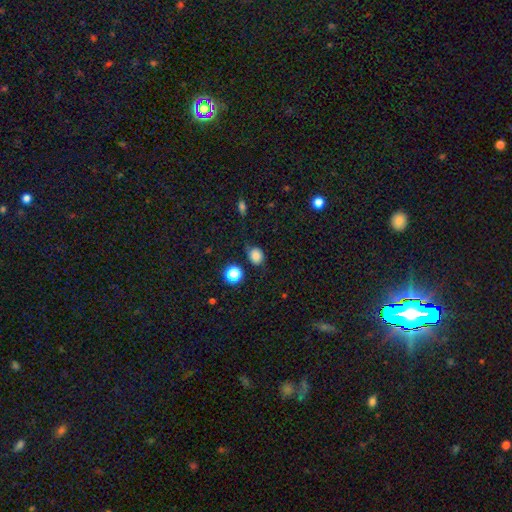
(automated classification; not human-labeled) Smooth or featured? Predicted: smooth (p=0.79). How rounded? Predicted: round (p=0.72). Merging? Predicted: none (p=0.68).